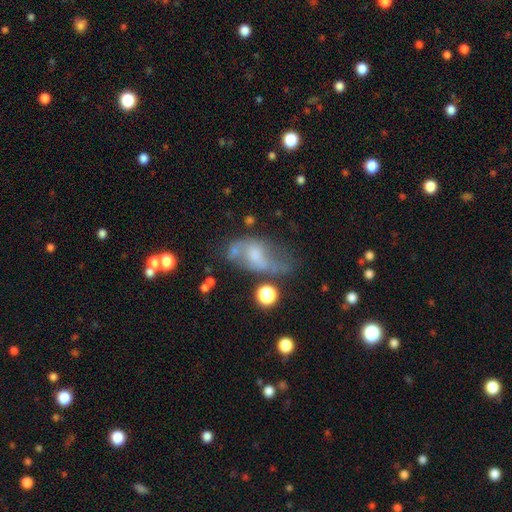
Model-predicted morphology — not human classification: The model was most divided on "smooth or featured" (2-way tie): featured or disk: 43%, smooth: 43%, star or artifact: 13%. Remaining: merging — major disturbance (33%).